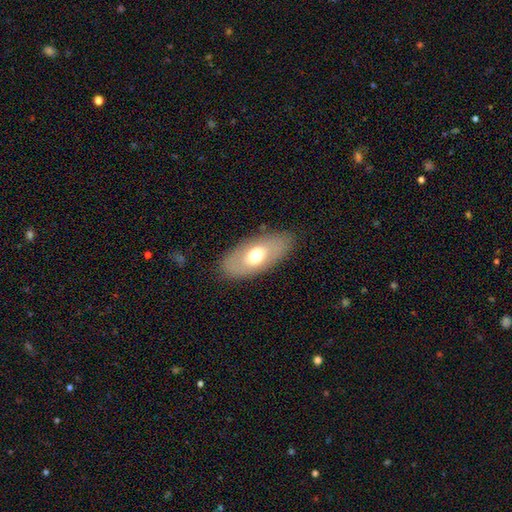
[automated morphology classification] smooth_or_featured: smooth (p=0.60) [alt: featured or disk p=0.33]
how_rounded: in between (p=0.90) [alt: cigar-shaped p=0.05]
merging: none (p=0.83) [alt: minor disturbance p=0.12]